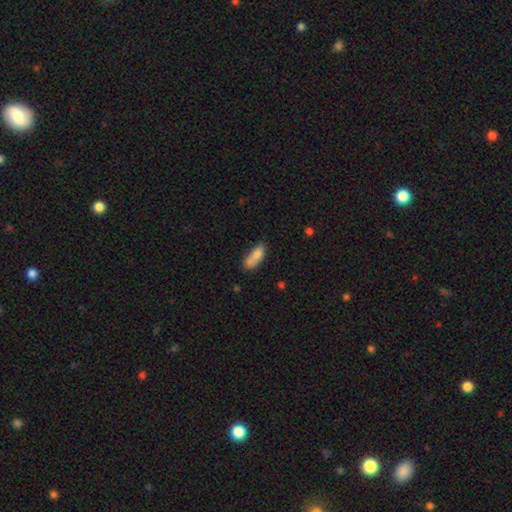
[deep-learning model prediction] Overall: smooth (77%). How rounded: in between (72%). Merging: none (44%; minor disturbance 24%).